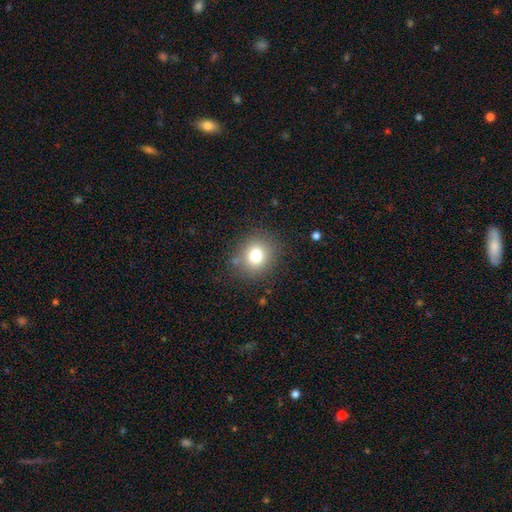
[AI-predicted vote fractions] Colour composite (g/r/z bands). It shows a smooth galaxy with no disk features (76%) that is round (81%). Merging: none (84%).